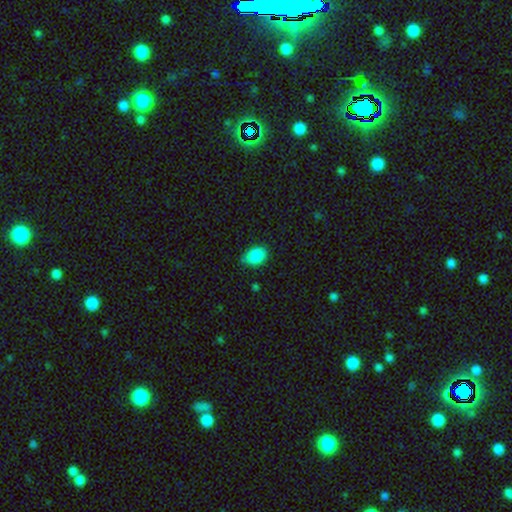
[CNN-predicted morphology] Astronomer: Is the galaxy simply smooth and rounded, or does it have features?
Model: smooth — 88%.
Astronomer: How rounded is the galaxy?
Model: in between — 80%.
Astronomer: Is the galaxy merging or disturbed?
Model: none — 67%.